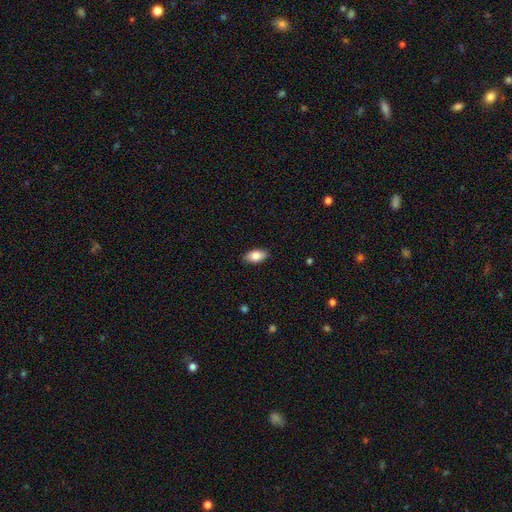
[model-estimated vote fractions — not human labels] Smooth or featured: smooth — 85% (featured or disk — 9%)
How rounded: in between — 92% (cigar-shaped — 4%)
Merging: none — 87% (minor disturbance — 10%)